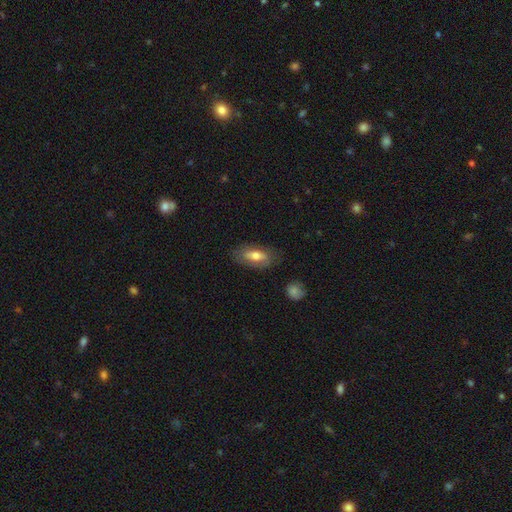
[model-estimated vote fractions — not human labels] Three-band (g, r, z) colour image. It shows a smooth galaxy with no disk features (62%) that is in between round and cigar-shaped (82%). Merging: none (80%).